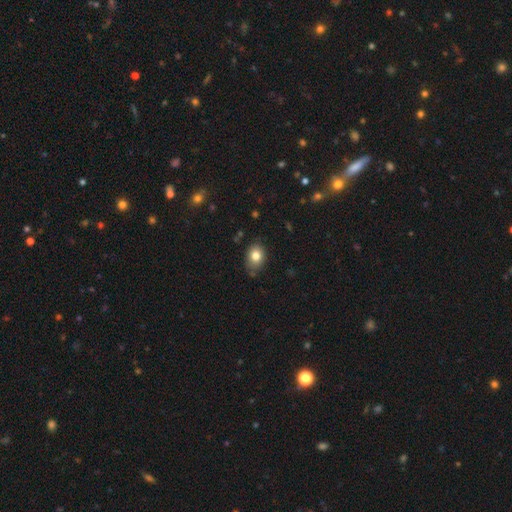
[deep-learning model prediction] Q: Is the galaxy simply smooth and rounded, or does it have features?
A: smooth — 81%.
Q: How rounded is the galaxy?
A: in between — 67%.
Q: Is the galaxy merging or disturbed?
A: none — 75%.